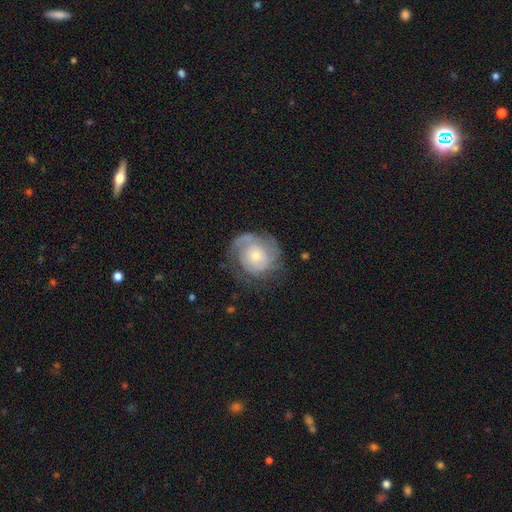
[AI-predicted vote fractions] smooth_or_featured: featured or disk (p=0.70) [alt: smooth p=0.24]
disk_edge_on: no (p=0.98) [alt: yes p=0.02]
bar: no (p=0.80) [alt: weak p=0.17]
has_spiral_arms: yes (p=0.86) [alt: no p=0.14]
spiral_winding: tight (p=0.61) [alt: medium p=0.27]
spiral_arm_count: 2 (p=0.34) [alt: can't tell p=0.32]
bulge_size: small (p=0.56) [alt: moderate p=0.36]
merging: none (p=0.62) [alt: minor disturbance p=0.21]